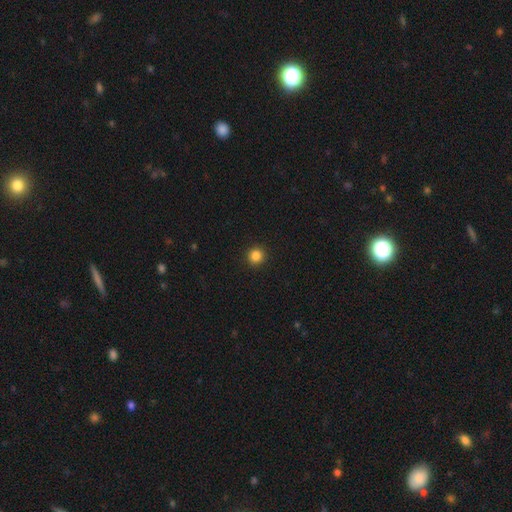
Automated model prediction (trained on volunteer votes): Smooth or featured? Predicted: smooth (p=0.85). How rounded? Predicted: round (p=0.94). Merging? Predicted: none (p=0.93).